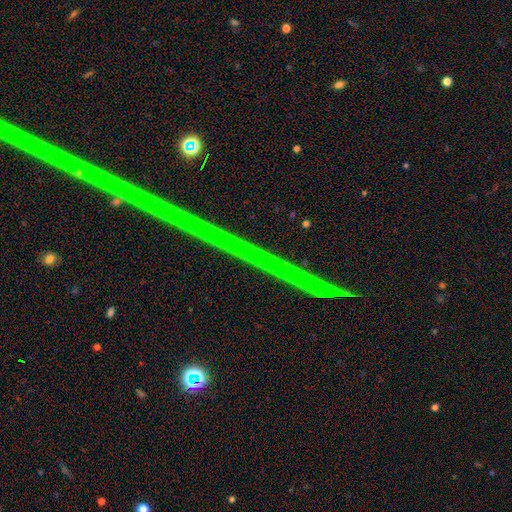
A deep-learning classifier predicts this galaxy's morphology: Overall: star or artifact (83%).